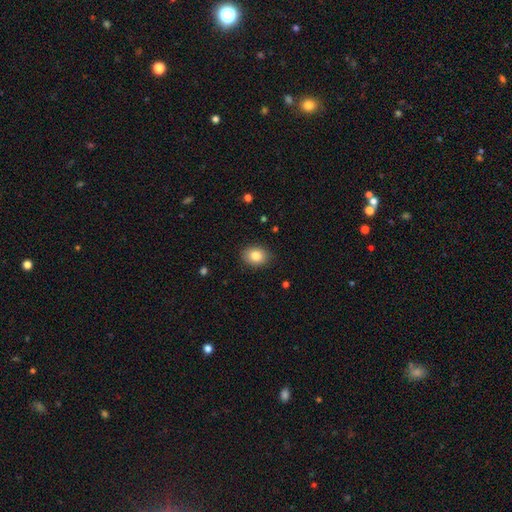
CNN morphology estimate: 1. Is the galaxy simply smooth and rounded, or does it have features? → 84% smooth, 9% star or artifact, 7% featured or disk.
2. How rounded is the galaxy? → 57% in between, 42% round, 1% cigar-shaped.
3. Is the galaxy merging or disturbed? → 88% none, 9% minor disturbance, 2% major disturbance, 1% merger.